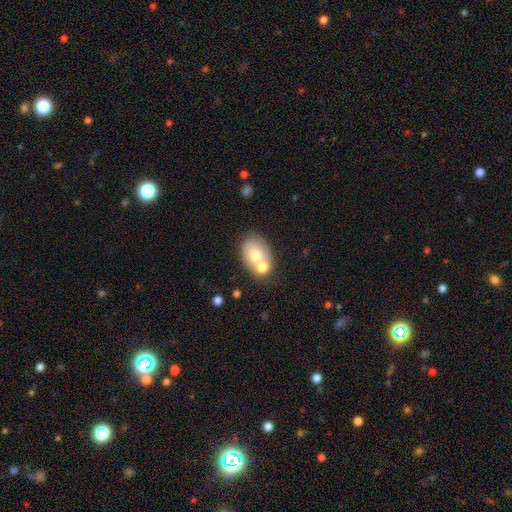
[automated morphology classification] smooth_or_featured: smooth (p=0.64) [alt: featured or disk p=0.28]
how_rounded: in between (p=0.75) [alt: round p=0.24]
merging: merger (p=0.43) [alt: none p=0.39]